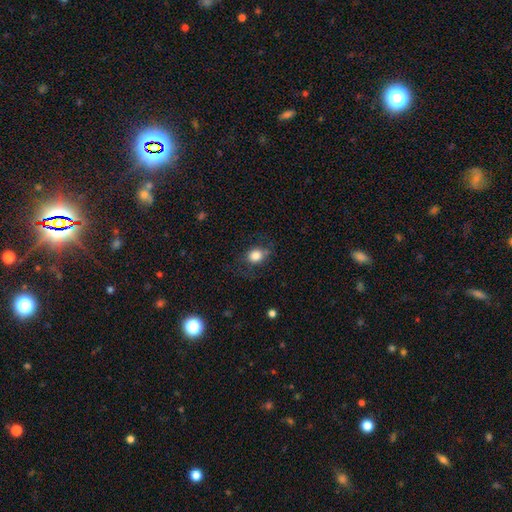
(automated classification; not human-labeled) smooth_or_featured: smooth (p=0.81) [alt: featured or disk p=0.10]
how_rounded: round (p=0.62) [alt: in between p=0.37]
merging: none (p=0.65) [alt: minor disturbance p=0.21]